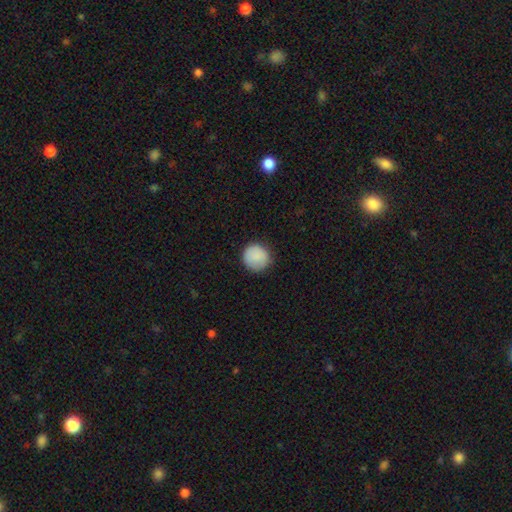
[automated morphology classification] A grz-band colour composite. It shows a smooth galaxy with no disk features (88%) that is round (94%). Merging: none (86%).